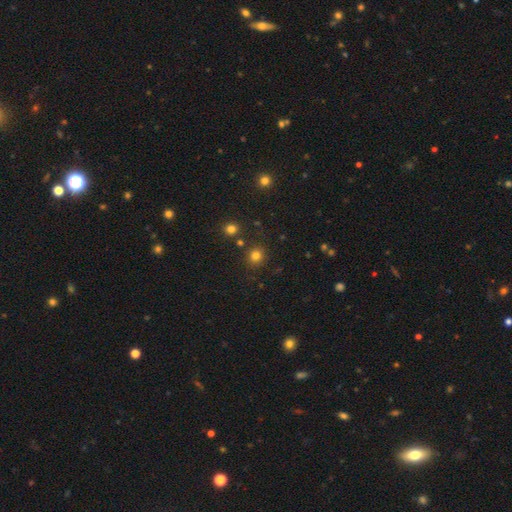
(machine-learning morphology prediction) smooth-or-featured: smooth: 79% | star or artifact: 16% | featured or disk: 6%
  how-rounded: round: 87% | in between: 12% | cigar-shaped: 1%
  merging: none: 85% | minor disturbance: 8% | merger: 5% | major disturbance: 3%